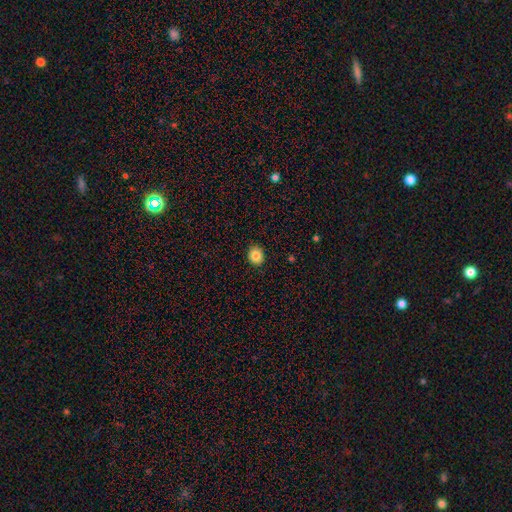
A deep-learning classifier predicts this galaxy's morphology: This is clearly a smooth galaxy (85%). How rounded: likely round (67%). Merging: clearly none (91%).